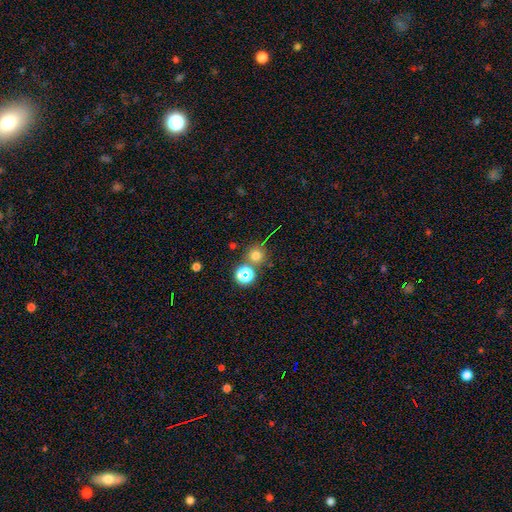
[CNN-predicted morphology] Overall: smooth (66%). How rounded: round (93%). Merging: none (71%).